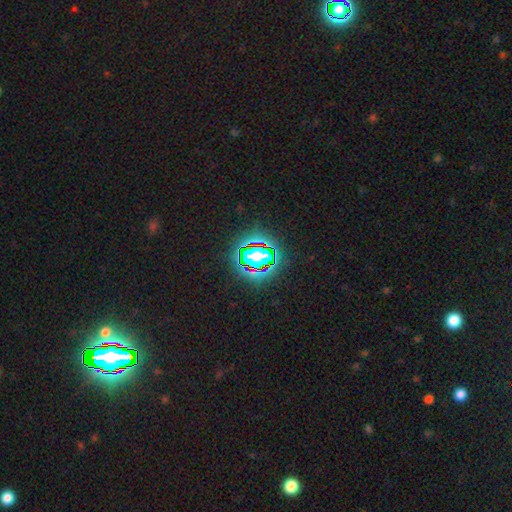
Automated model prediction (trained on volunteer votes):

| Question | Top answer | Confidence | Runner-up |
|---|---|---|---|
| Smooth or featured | star or artifact | 70% | smooth (18%) |